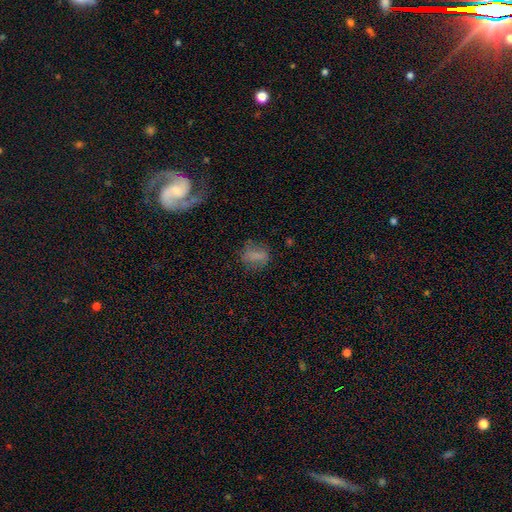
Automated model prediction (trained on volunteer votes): smooth_or_featured: smooth (p=0.69) [alt: featured or disk p=0.19]
how_rounded: in between (p=0.60) [alt: round p=0.34]
merging: none (p=0.67) [alt: minor disturbance p=0.19]